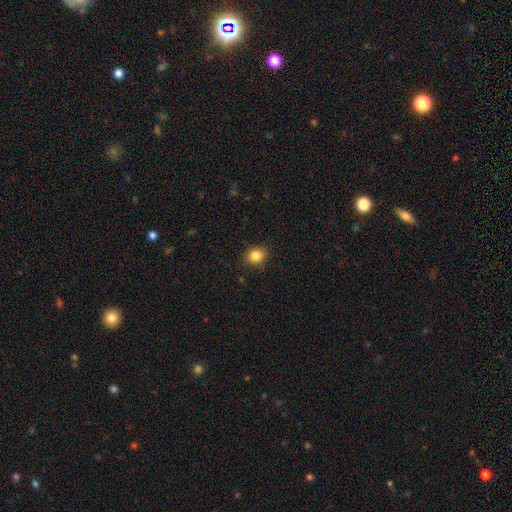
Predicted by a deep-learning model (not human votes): This appears to be a smooth galaxy with no disk features (85%) that is round (62%). Merging: none (85%).